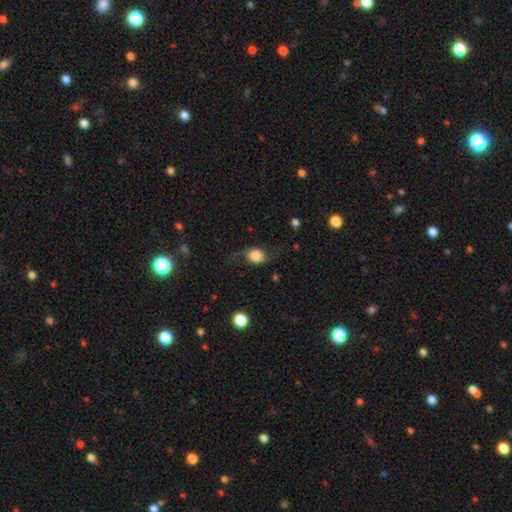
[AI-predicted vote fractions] A smooth galaxy with no disk features (46%).

Vote fractions:
- Smooth or featured? smooth: 46% / featured or disk: 44% / star or artifact: 10%
- Merging? none: 57% / minor disturbance: 22% / major disturbance: 18% / merger: 3%